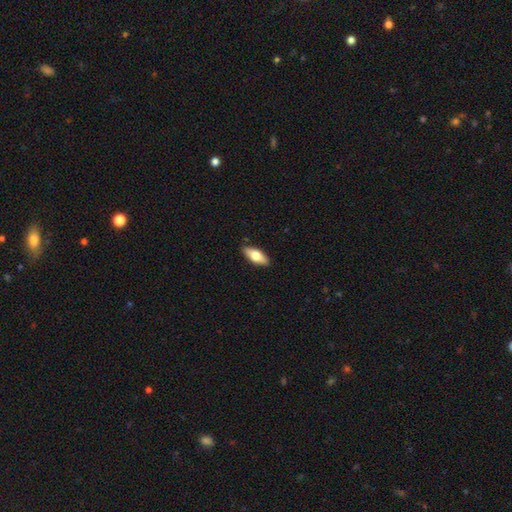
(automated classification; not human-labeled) Smooth or featured: smooth — 67% (featured or disk — 27%)
How rounded: in between — 76% (cigar-shaped — 21%)
Merging: none — 89% (minor disturbance — 9%)